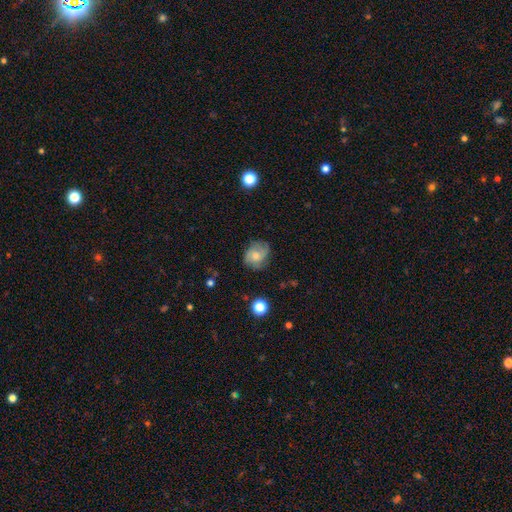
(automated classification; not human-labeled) Morphology: type=smooth (52%); roundness=round (57%); merging=none (68%).